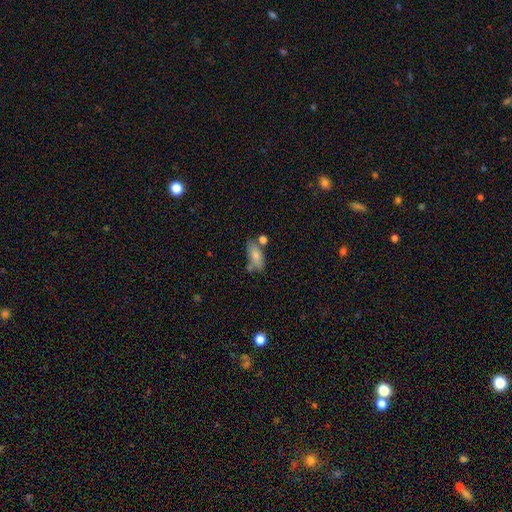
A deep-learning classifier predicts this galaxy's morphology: This appears to be a smooth galaxy with no disk features (75%) that is in between round and cigar-shaped (82%). Merging: none (46%).